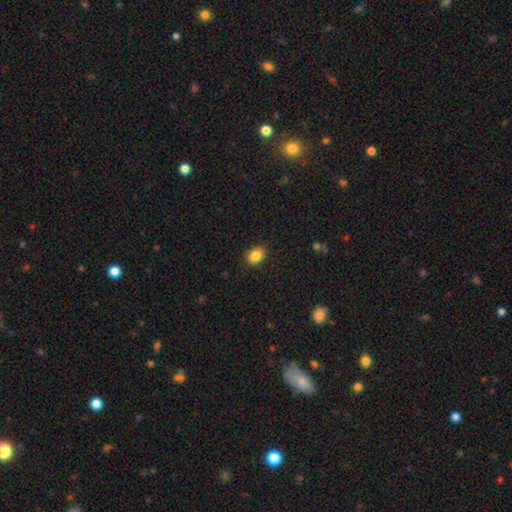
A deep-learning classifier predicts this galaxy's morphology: A smooth galaxy with no disk features (85%) that is in between round and cigar-shaped (56%). Merging: none (90%).